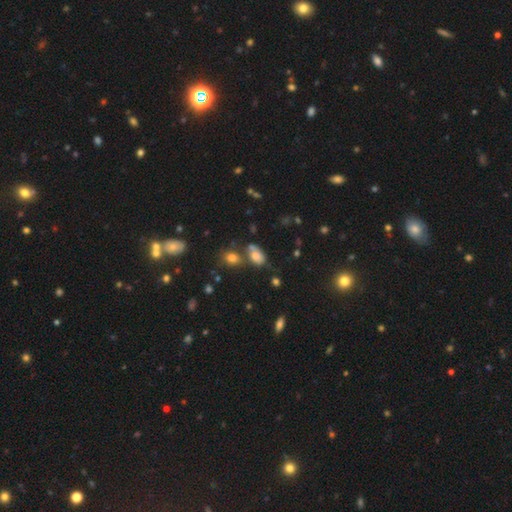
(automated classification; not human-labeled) Overall: smooth (71%). How rounded: in between (79%). Merging: none (49%; merger 28%).